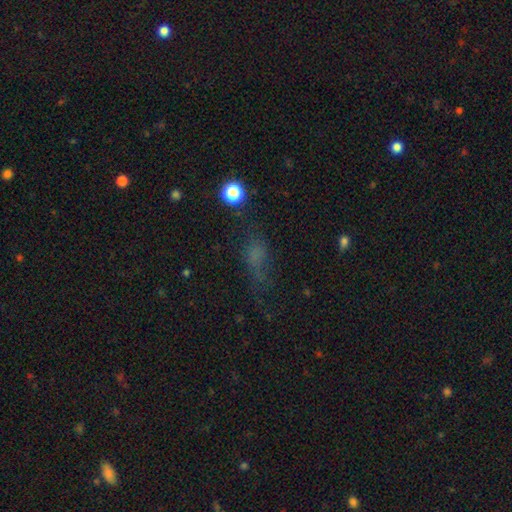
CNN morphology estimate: The model was most divided on "merging": none: 49%, major disturbance: 24%, minor disturbance: 23%, merger: 4%. More confident: how rounded — in between (57%); smooth or featured — smooth (54%).